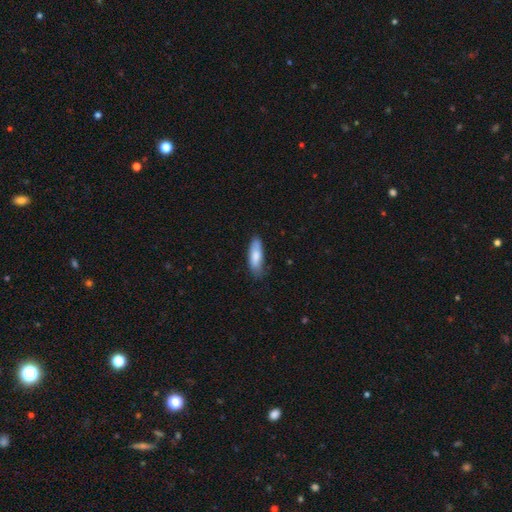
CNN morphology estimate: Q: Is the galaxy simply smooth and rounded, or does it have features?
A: smooth — 79%.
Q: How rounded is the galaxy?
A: in between — 58%.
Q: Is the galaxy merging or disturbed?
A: none — 70%.